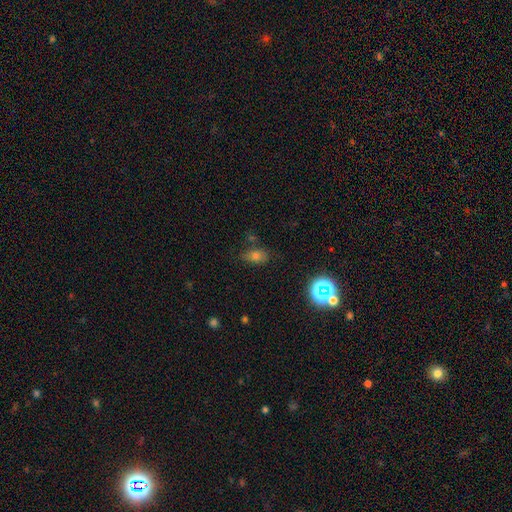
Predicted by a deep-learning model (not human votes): This is likely a smooth galaxy (62%). How rounded: likely in between (77%). Merging: likely none (74%).